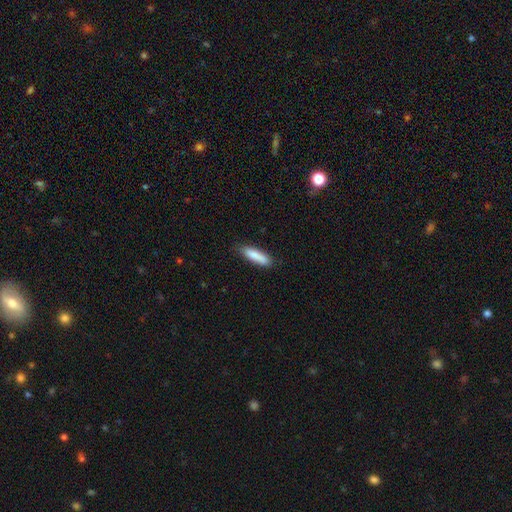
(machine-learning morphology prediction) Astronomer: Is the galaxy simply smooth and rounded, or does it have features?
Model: smooth — 84%.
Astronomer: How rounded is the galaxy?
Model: cigar-shaped — 73%.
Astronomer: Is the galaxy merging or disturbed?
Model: none — 82%.